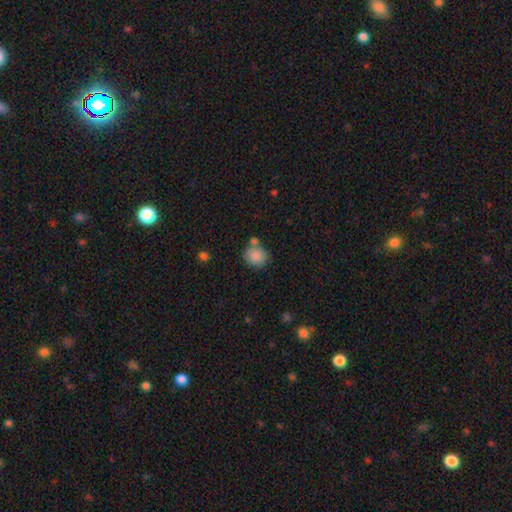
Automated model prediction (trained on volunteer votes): Smooth or featured?
  - smooth: 87% *
  - star or artifact: 8%
  - featured or disk: 5%
How rounded?
  - round: 76% *
  - in between: 23%
  - cigar-shaped: 1%
Merging?
  - none: 65% *
  - merger: 18%
  - minor disturbance: 13%
  - major disturbance: 4%